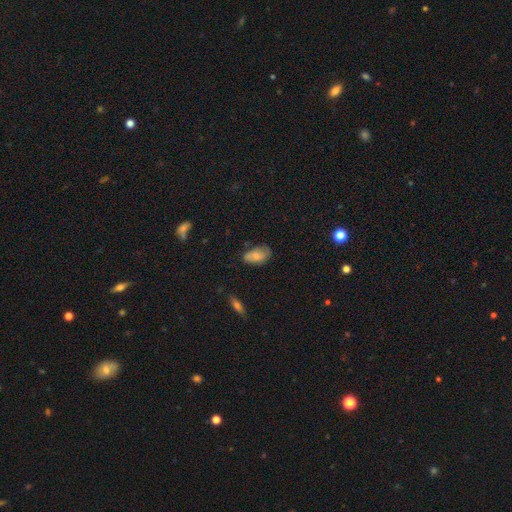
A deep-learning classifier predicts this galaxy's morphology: Q: Smooth or featured?
A: smooth (74%); runner-up: featured or disk (18%)
Q: How rounded?
A: in between (92%); runner-up: round (5%)
Q: Merging?
A: none (60%); runner-up: minor disturbance (31%)